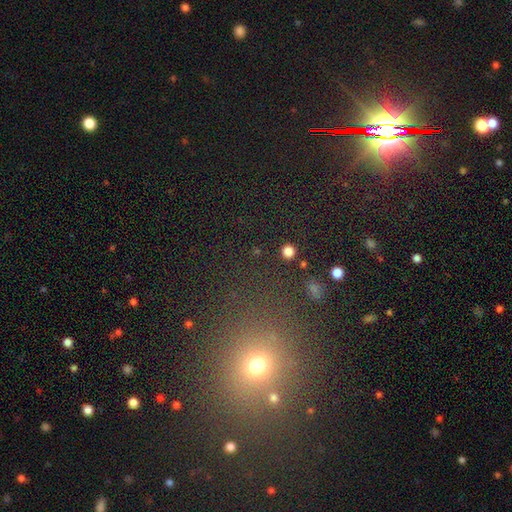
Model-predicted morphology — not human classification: A star or artifact, not a galaxy (59%).

Vote fractions:
- Smooth or featured? star or artifact: 59% / smooth: 33% / featured or disk: 9%